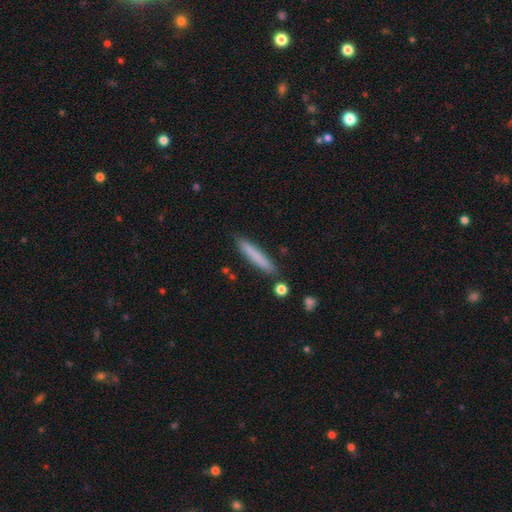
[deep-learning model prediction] Q: Smooth or featured?
A: smooth (78%); runner-up: featured or disk (16%)
Q: How rounded?
A: cigar-shaped (94%); runner-up: in between (5%)
Q: Merging?
A: none (86%); runner-up: minor disturbance (9%)